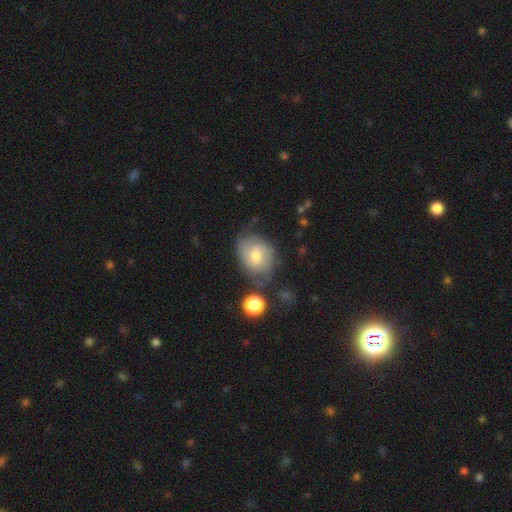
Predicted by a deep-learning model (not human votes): A featured or disk galaxy (53%) with a weak bar (47%), spiral arms (82%) and a moderate central bulge (58%). Merging: none (56%).